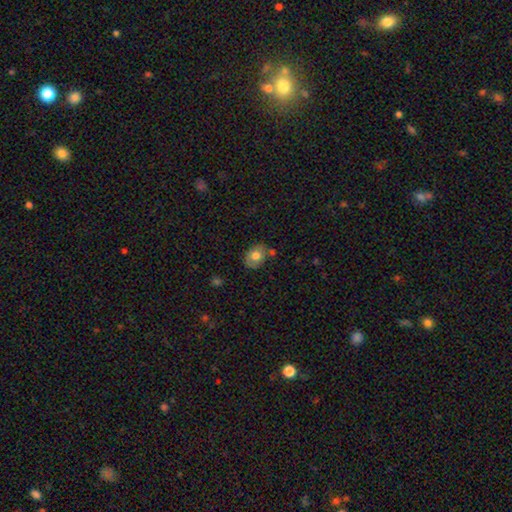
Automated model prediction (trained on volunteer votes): smooth-or-featured: smooth: 67% | featured or disk: 25% | star or artifact: 8%
  how-rounded: in between: 59% | round: 40% | cigar-shaped: 1%
  merging: none: 68% | minor disturbance: 20% | merger: 8% | major disturbance: 5%